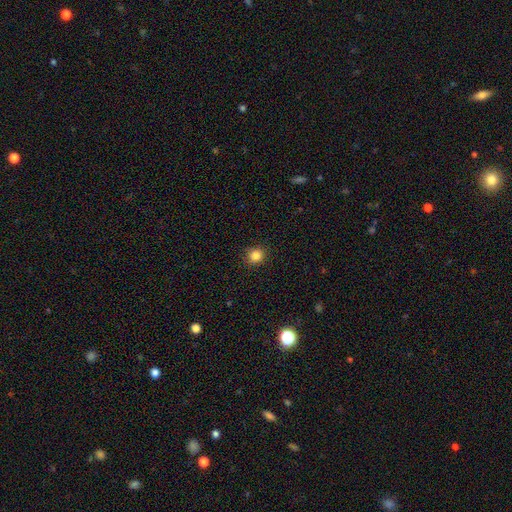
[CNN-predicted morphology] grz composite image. It shows a smooth galaxy with no disk features (84%) that is round (87%). Merging: none (90%).